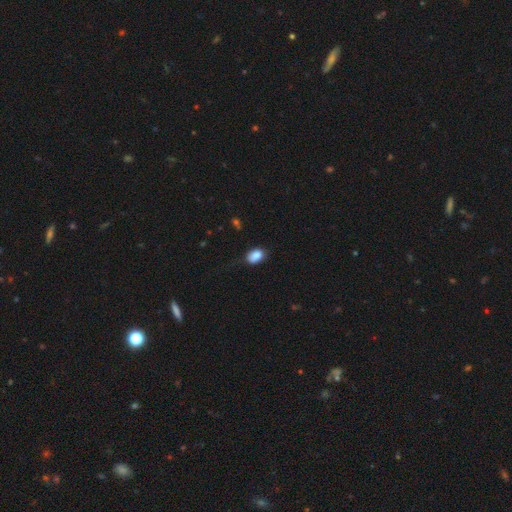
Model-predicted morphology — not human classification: Q: Smooth or featured?
A: smooth (87%); runner-up: star or artifact (8%)
Q: How rounded?
A: in between (84%); runner-up: round (15%)
Q: Merging?
A: none (71%); runner-up: minor disturbance (22%)